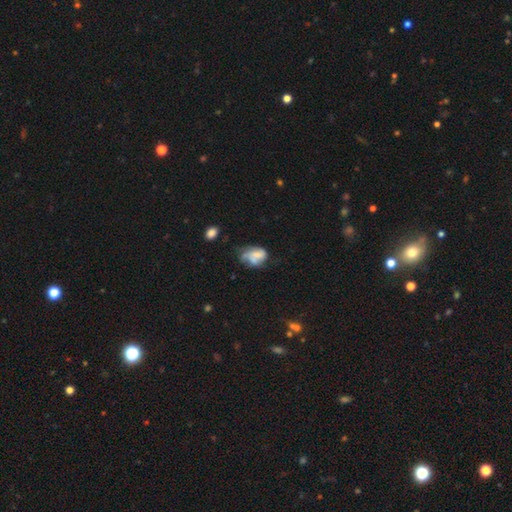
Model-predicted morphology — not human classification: Smooth or featured? Predicted: featured or disk (p=0.47). Merging? Predicted: none (p=0.32).